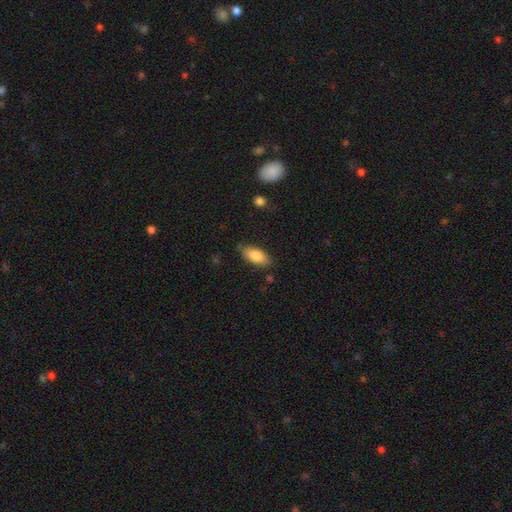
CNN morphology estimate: Smooth or featured?
  - smooth: 82% *
  - featured or disk: 12%
  - star or artifact: 6%
How rounded?
  - in between: 85% *
  - cigar-shaped: 13%
  - round: 2%
Merging?
  - none: 80% *
  - minor disturbance: 15%
  - major disturbance: 3%
  - merger: 2%